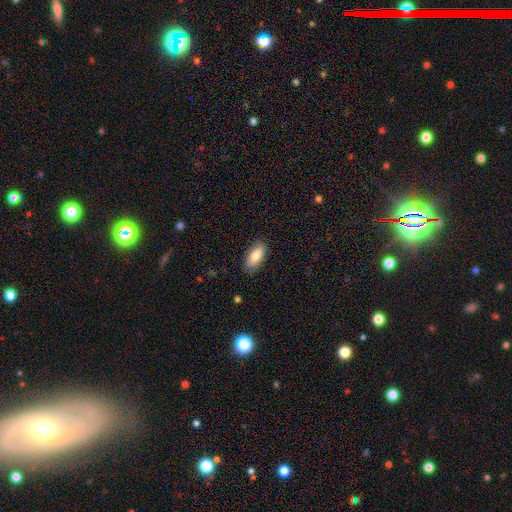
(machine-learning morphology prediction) Smooth or featured?
  - smooth: 85% *
  - featured or disk: 8%
  - star or artifact: 6%
How rounded?
  - in between: 87% *
  - cigar-shaped: 11%
  - round: 2%
Merging?
  - none: 86% *
  - minor disturbance: 10%
  - major disturbance: 2%
  - merger: 1%